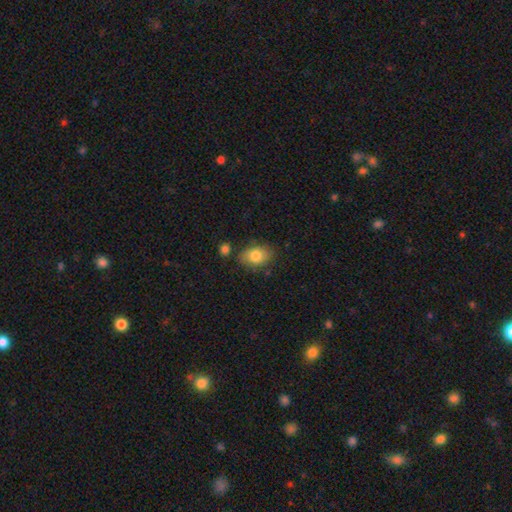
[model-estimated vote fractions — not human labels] A smooth galaxy with no disk features (80%) that is in between round and cigar-shaped (78%).

Vote fractions:
- Smooth or featured? smooth: 80% / featured or disk: 12% / star or artifact: 8%
- How rounded? in between: 78% / round: 21% / cigar-shaped: 1%
- Merging? none: 73% / minor disturbance: 18% / merger: 5% / major disturbance: 4%